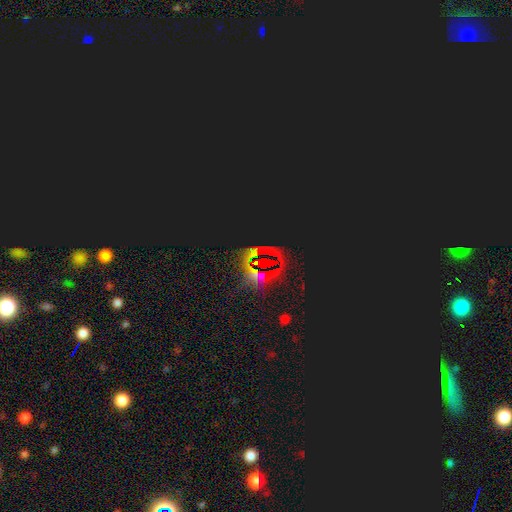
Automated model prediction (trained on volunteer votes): Q: Smooth or featured?
A: star or artifact (83%); runner-up: smooth (10%)